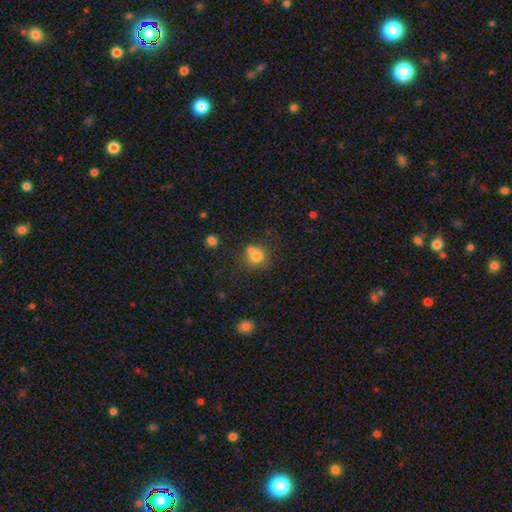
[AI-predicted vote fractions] smooth 75%, star or artifact 13%, featured or disk 12%. Down the decision tree: how rounded — round (84%); merging — none (53%).